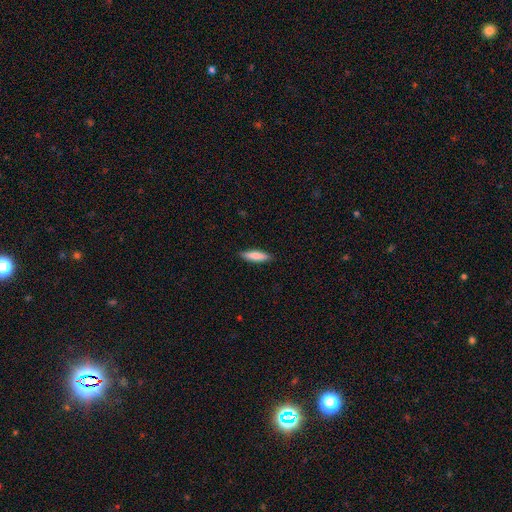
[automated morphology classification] smooth 82%, featured or disk 13%, star or artifact 6%. Down the decision tree: how rounded — cigar-shaped (64%); merging — none (89%).